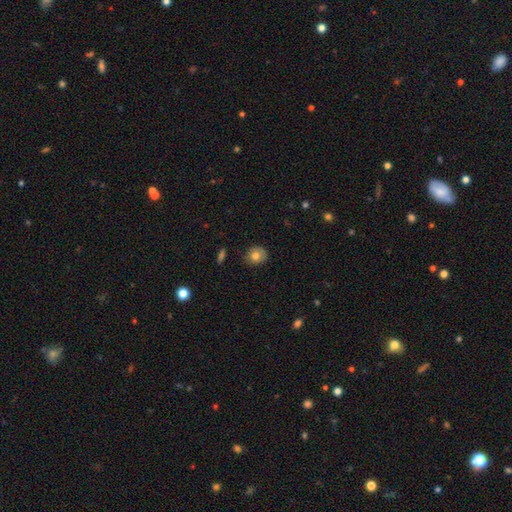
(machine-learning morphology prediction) smooth-or-featured: smooth: 69% | featured or disk: 22% | star or artifact: 9%
  how-rounded: round: 72% | in between: 27% | cigar-shaped: 1%
  merging: none: 79% | minor disturbance: 16% | major disturbance: 4% | merger: 1%